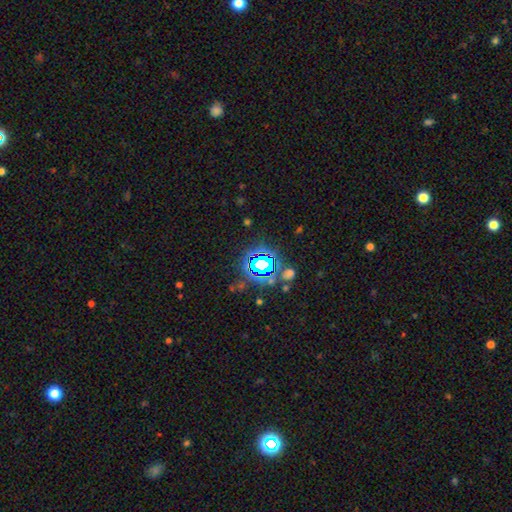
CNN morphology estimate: Smooth or featured: star or artifact — 72% (smooth — 18%)